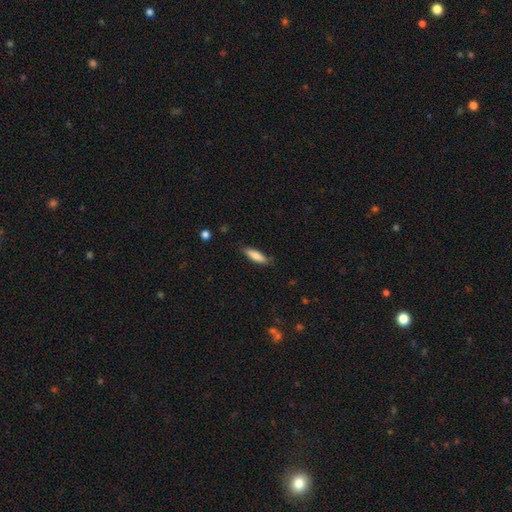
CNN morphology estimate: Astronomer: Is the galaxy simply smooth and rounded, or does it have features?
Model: smooth — 81%.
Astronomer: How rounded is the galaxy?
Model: cigar-shaped — 53% (runner-up: in between, 45%).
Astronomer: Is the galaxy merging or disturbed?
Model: none — 80%.